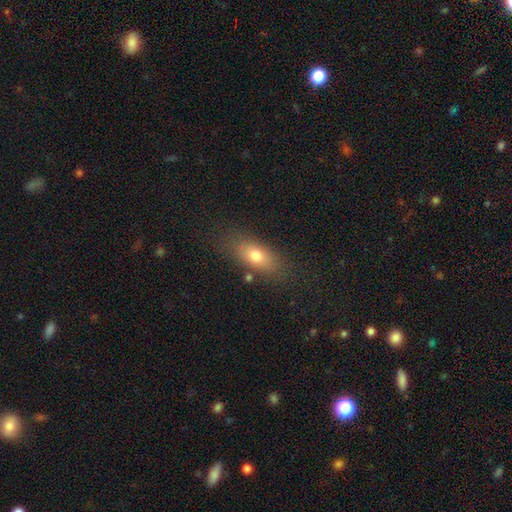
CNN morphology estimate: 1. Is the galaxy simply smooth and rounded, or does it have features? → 73% smooth, 18% featured or disk, 10% star or artifact.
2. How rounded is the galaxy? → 78% in between, 14% cigar-shaped, 8% round.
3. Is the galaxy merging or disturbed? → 78% none, 13% minor disturbance, 5% major disturbance, 3% merger.